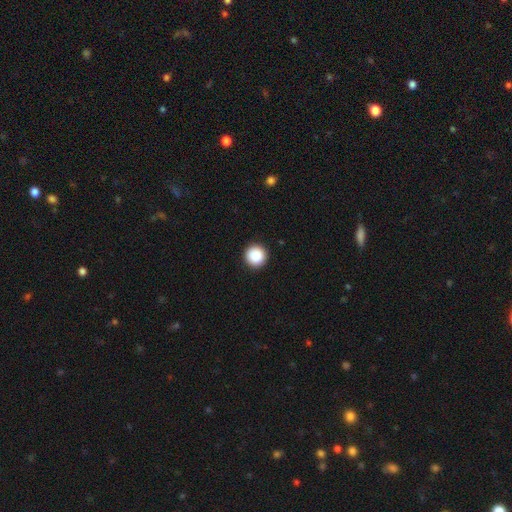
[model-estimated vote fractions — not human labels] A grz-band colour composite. It shows a smooth galaxy with no disk features (88%) that is round (96%). Merging: none (93%).